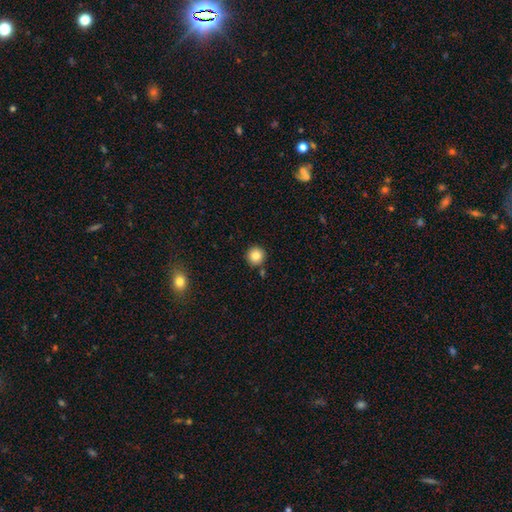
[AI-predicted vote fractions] Q: Smooth or featured?
A: smooth (84%); runner-up: star or artifact (10%)
Q: How rounded?
A: round (95%); runner-up: in between (4%)
Q: Merging?
A: none (87%); runner-up: minor disturbance (7%)